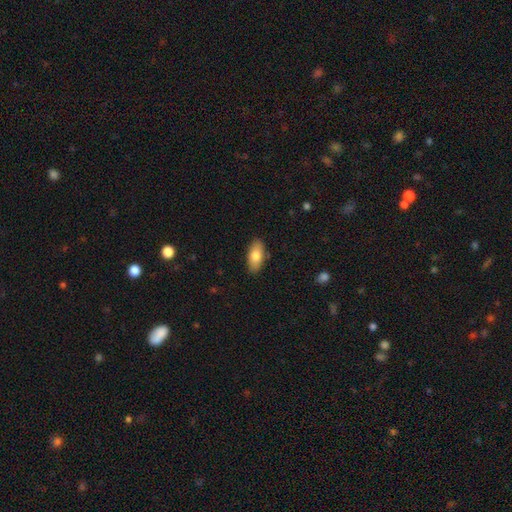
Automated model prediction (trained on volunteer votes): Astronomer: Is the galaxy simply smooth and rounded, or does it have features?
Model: smooth — 78%.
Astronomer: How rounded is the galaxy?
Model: in between — 89%.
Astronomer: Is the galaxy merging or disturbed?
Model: none — 87%.